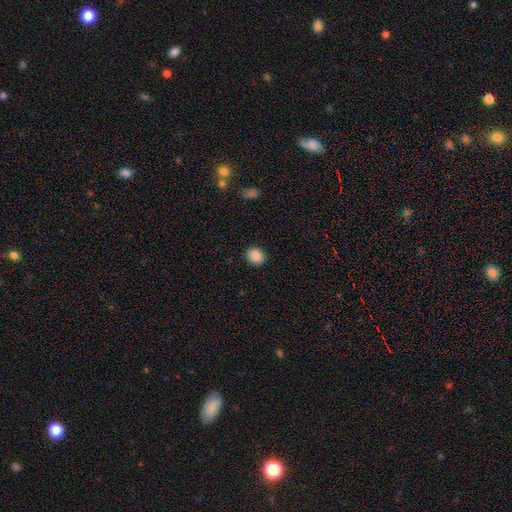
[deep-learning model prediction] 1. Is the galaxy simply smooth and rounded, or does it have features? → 88% smooth, 9% star or artifact, 3% featured or disk.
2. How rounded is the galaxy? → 62% round, 37% in between, 1% cigar-shaped.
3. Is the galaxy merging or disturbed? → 89% none, 8% minor disturbance, 2% major disturbance, 1% merger.